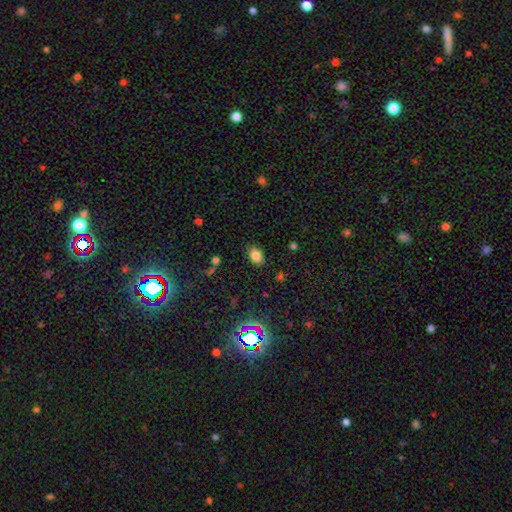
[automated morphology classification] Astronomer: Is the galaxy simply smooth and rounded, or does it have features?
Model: smooth — 82%.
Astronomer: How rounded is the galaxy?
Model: in between — 84%.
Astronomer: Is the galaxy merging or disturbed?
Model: none — 86%.